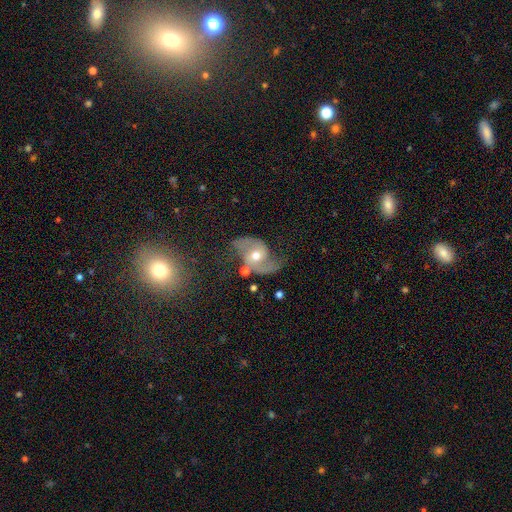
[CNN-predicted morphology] Overall: featured or disk (83%). Edge-on disk: no (97%). Bar: no (57%; weak 32%). Spiral arms: yes (93%). Spiral arm count: 2 (89%). Spiral winding: loose (56%; medium 34%). Bulge size: moderate (70%). Merging: none (54%; minor disturbance 23%).